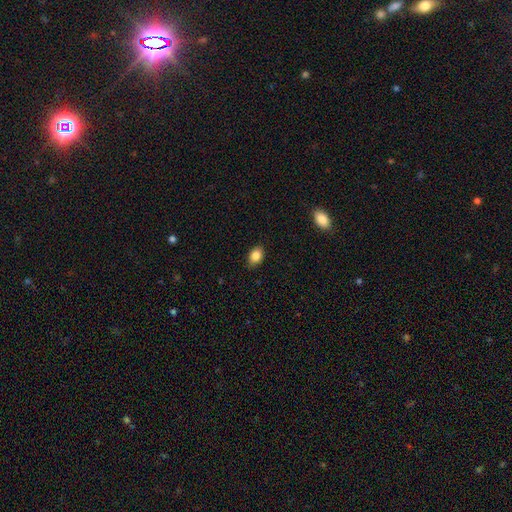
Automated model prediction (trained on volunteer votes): Smooth or featured?
  - smooth: 85% *
  - star or artifact: 9%
  - featured or disk: 6%
How rounded?
  - in between: 78% *
  - round: 20%
  - cigar-shaped: 1%
Merging?
  - none: 84% *
  - minor disturbance: 13%
  - major disturbance: 2%
  - merger: 1%